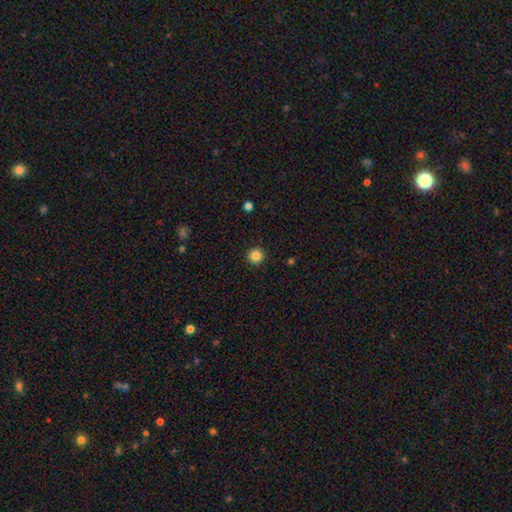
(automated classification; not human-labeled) smooth_or_featured: smooth (p=0.85) [alt: star or artifact p=0.11]
how_rounded: round (p=0.96) [alt: in between p=0.03]
merging: none (p=0.93) [alt: minor disturbance p=0.04]